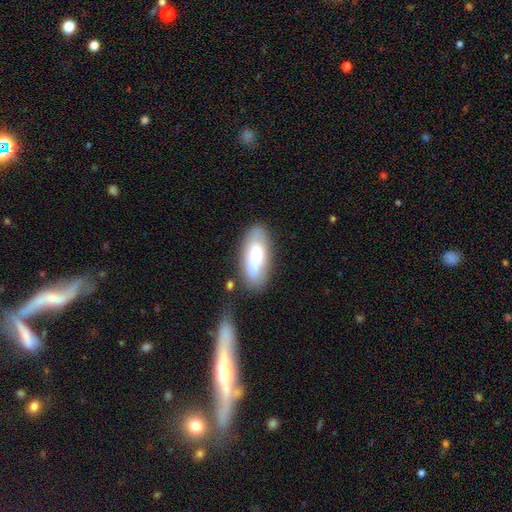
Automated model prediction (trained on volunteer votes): Overall: smooth (74%). How rounded: in between (82%). Merging: none (66%).